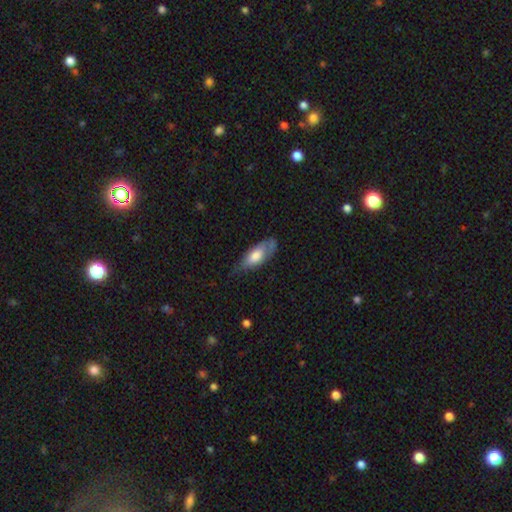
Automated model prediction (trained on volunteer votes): This is likely a smooth galaxy (67%). How rounded: likely in between (77%). Merging: possibly none (53%).